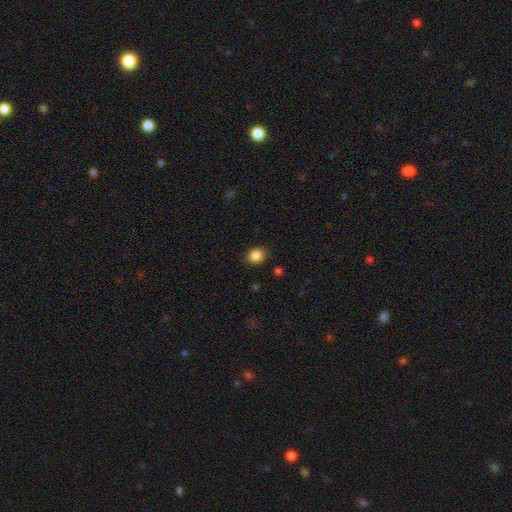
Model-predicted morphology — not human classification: Overall: smooth (86%). How rounded: round (60%; in between 39%). Merging: none (88%).